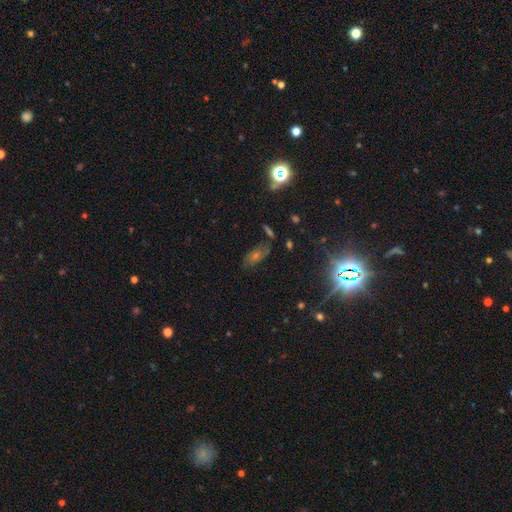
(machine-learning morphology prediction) A star or artifact, not a galaxy (43%).

Vote fractions:
- Smooth or featured? star or artifact: 43% / featured or disk: 30% / smooth: 27%